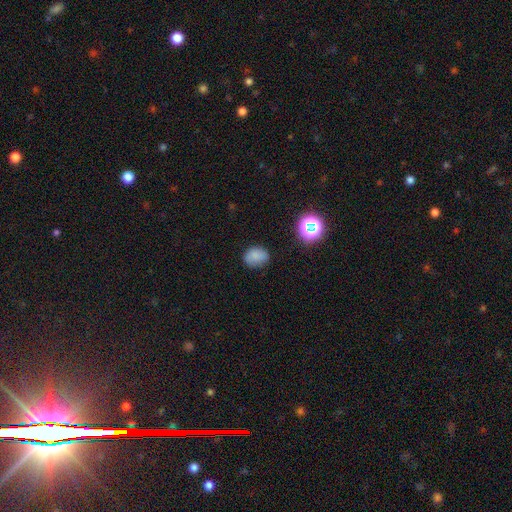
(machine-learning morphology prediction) Smooth or featured? smooth (78%)
How rounded? in between (58%)
Merging? none (77%)